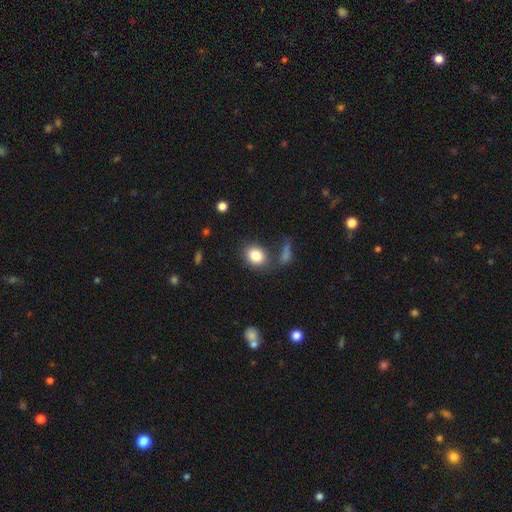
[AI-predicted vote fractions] Smooth or featured?
  - smooth: 84% *
  - star or artifact: 9%
  - featured or disk: 7%
How rounded?
  - in between: 50% *
  - round: 49%
  - cigar-shaped: 1%
Merging?
  - none: 72% *
  - minor disturbance: 13%
  - merger: 9%
  - major disturbance: 6%